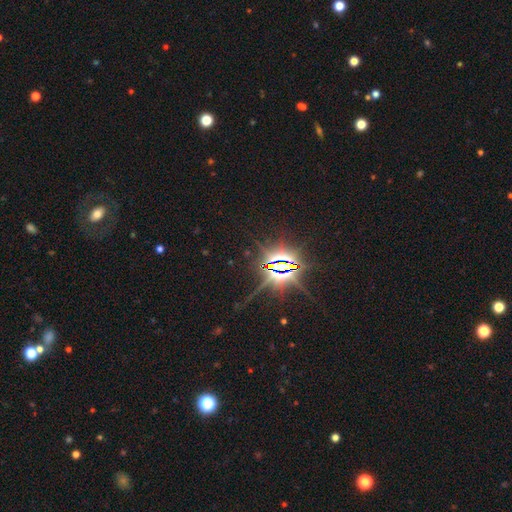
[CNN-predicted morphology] This is clearly a star or artifact rather than a galaxy (85%).